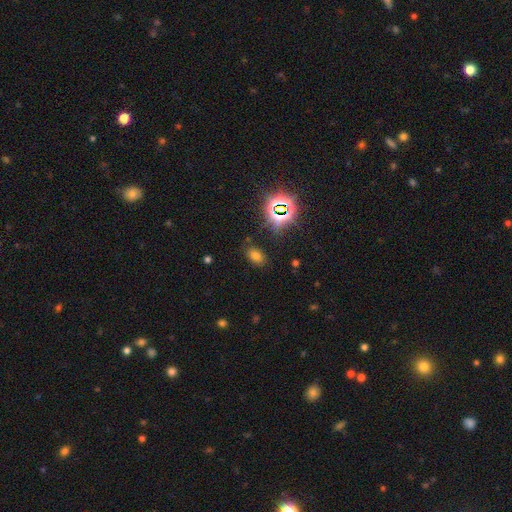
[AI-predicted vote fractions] Smooth or featured: smooth — 61% (star or artifact — 30%)
How rounded: in between — 83% (round — 15%)
Merging: none — 83% (minor disturbance — 11%)